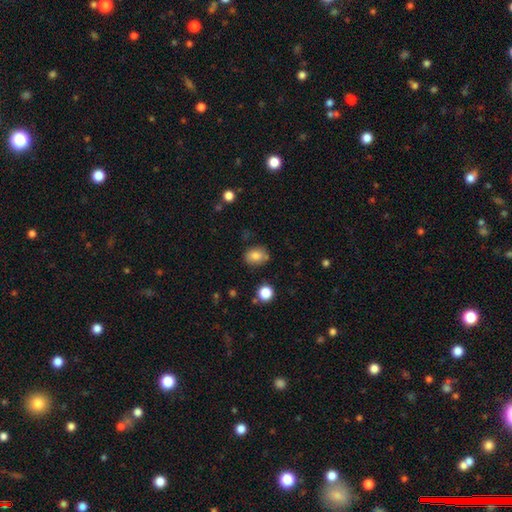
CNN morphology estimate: Smooth or featured?
  - smooth: 82% *
  - star or artifact: 11%
  - featured or disk: 8%
How rounded?
  - in between: 54% *
  - round: 45%
  - cigar-shaped: 1%
Merging?
  - none: 74% *
  - minor disturbance: 17%
  - merger: 5%
  - major disturbance: 4%